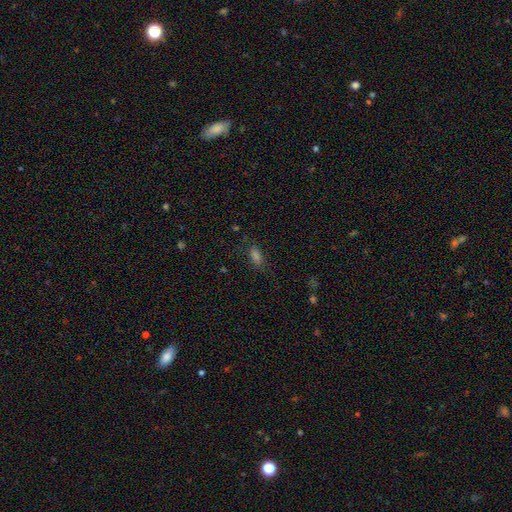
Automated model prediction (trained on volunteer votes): Q: Smooth or featured?
A: smooth (67%); runner-up: star or artifact (24%)
Q: How rounded?
A: in between (82%); runner-up: cigar-shaped (10%)
Q: Merging?
A: none (75%); runner-up: minor disturbance (16%)